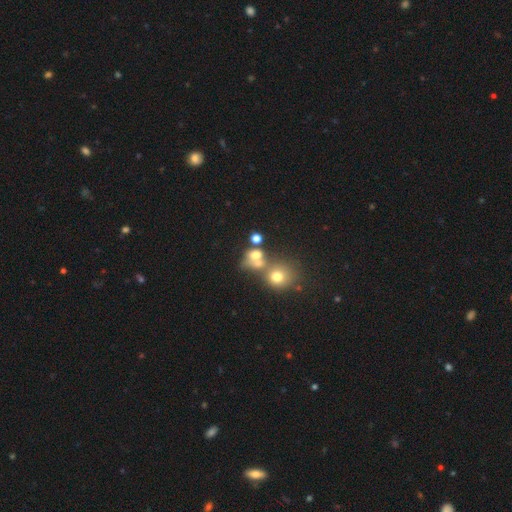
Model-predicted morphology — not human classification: Smooth or featured? Predicted: smooth (p=0.65). How rounded? Predicted: round (p=0.64). Merging? Predicted: merger (p=0.50).